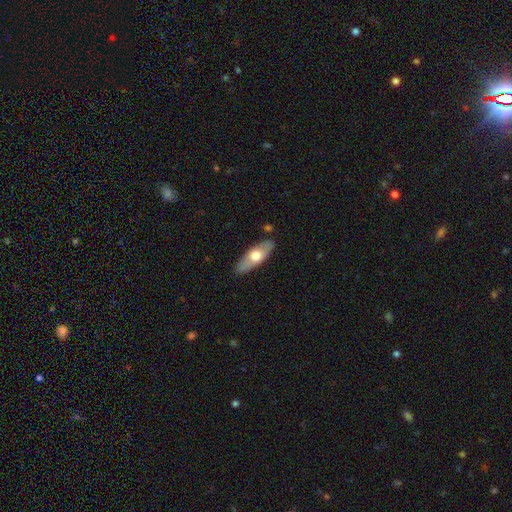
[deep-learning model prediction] This is possibly a smooth galaxy (54%). How rounded: likely in between (62%). Merging: clearly none (85%).